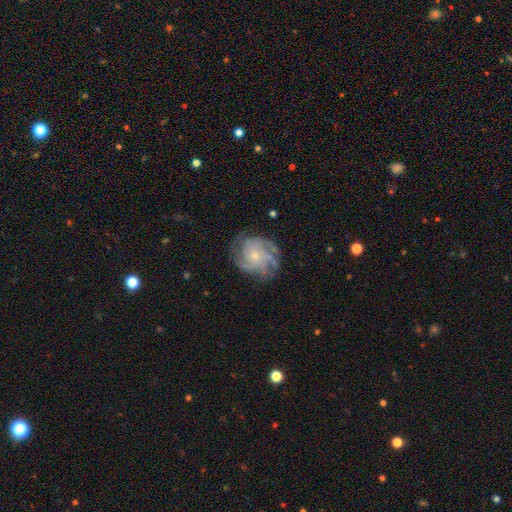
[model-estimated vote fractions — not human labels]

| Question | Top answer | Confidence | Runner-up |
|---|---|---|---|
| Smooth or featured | featured or disk | 79% | smooth (13%) |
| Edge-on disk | no | 98% | yes (2%) |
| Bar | no | 80% | weak (17%) |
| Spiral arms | yes | 93% | no (7%) |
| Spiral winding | tight | 53% | medium (36%) |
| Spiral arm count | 4 | 27% | tied: can't tell (27%) |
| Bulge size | small | 74% | moderate (21%) |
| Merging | none | 71% | minor disturbance (18%) |